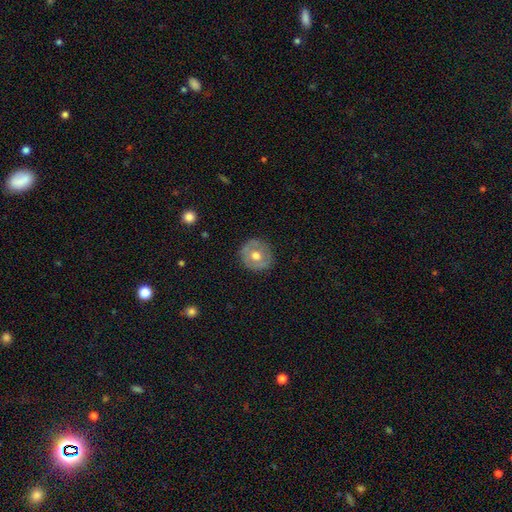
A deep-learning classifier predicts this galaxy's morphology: This appears to be a smooth galaxy with no disk features (53%) that is round (90%). Merging: none (85%).